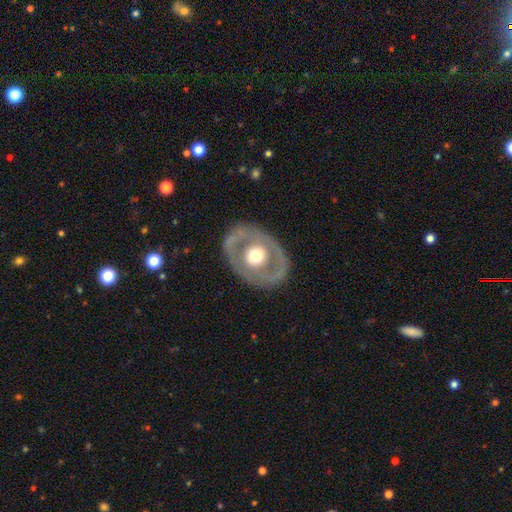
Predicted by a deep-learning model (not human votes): A featured or disk galaxy (62%) with no bar (85%), no spiral arms (86%) and a moderate central bulge (61%). Merging: none (80%).